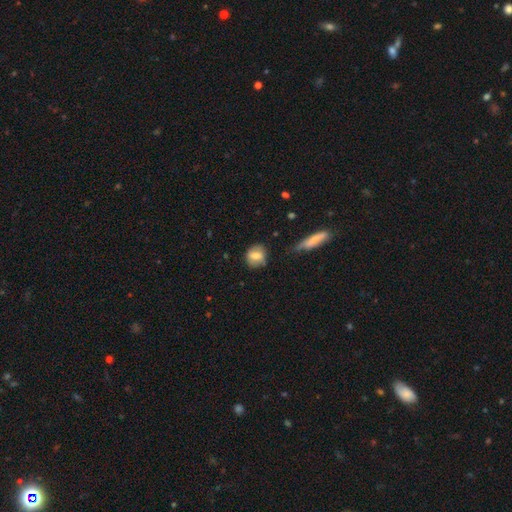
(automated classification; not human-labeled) Smooth or featured: smooth — 70% (featured or disk — 22%)
How rounded: round — 61% (in between — 36%)
Merging: none — 74% (minor disturbance — 19%)